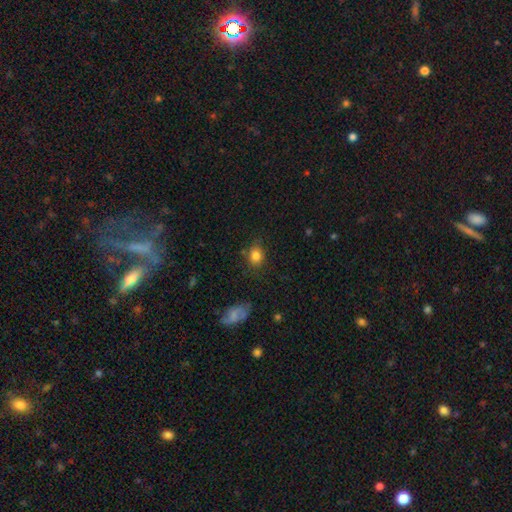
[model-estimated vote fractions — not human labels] A smooth galaxy with no disk features (83%) that is round (57%). Merging: none (75%).